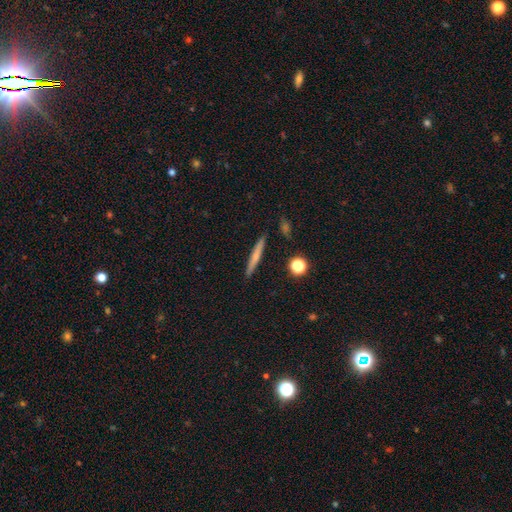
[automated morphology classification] smooth_or_featured: smooth (p=0.58) [alt: featured or disk p=0.34]
how_rounded: cigar-shaped (p=0.94) [alt: in between p=0.03]
merging: none (p=0.90) [alt: minor disturbance p=0.07]